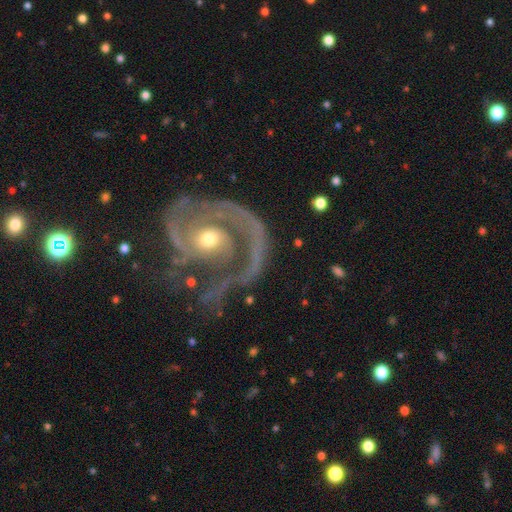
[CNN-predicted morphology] A featured or disk galaxy (91%) with no bar (65%), 2 (58%) medium (47%) spiral arms (97%) and a moderate central bulge (61%). Merging: none (53%).